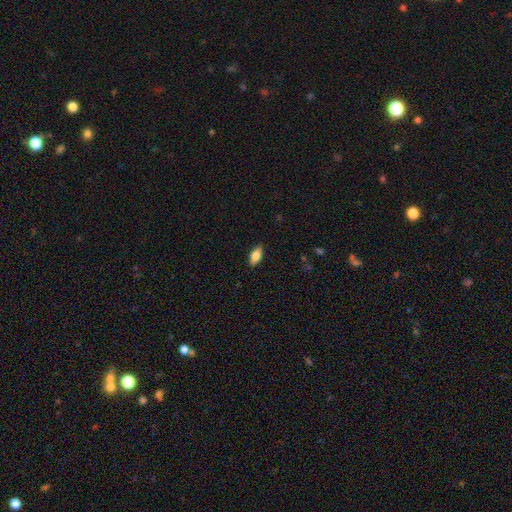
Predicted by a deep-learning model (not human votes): smooth-or-featured: smooth: 79% | featured or disk: 14% | star or artifact: 7%
  how-rounded: in between: 86% | cigar-shaped: 12% | round: 3%
  merging: none: 88% | minor disturbance: 9% | major disturbance: 2% | merger: 1%